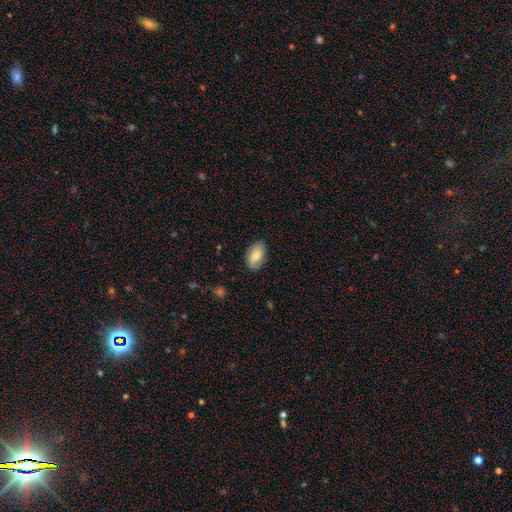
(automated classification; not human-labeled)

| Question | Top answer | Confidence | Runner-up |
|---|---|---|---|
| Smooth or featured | smooth | 77% | featured or disk (16%) |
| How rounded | in between | 93% | round (5%) |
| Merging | none | 81% | minor disturbance (15%) |